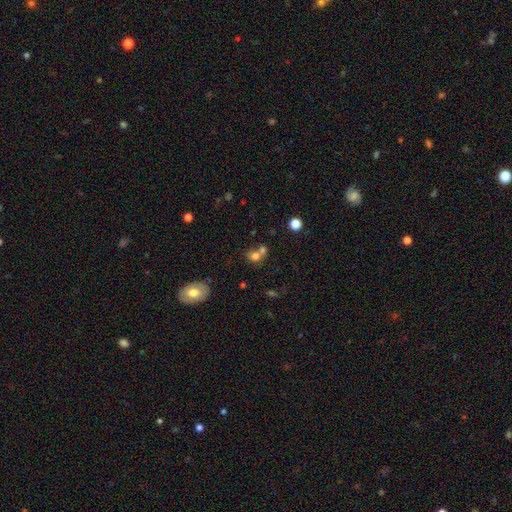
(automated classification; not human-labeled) Smooth or featured? smooth (73%)
How rounded? round (66%)
Merging? merger (52%)